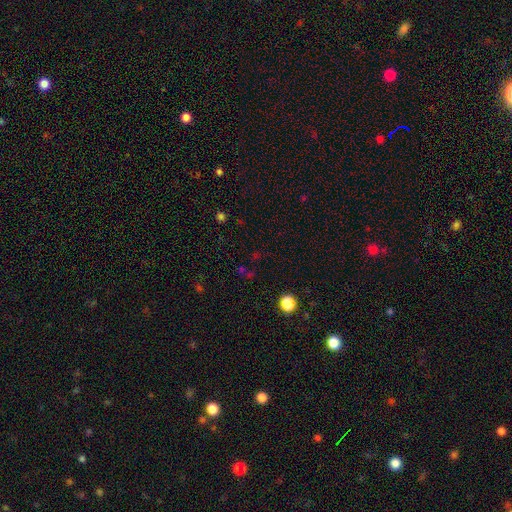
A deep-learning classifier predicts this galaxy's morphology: smooth-or-featured: star or artifact: 57% | smooth: 35% | featured or disk: 8%